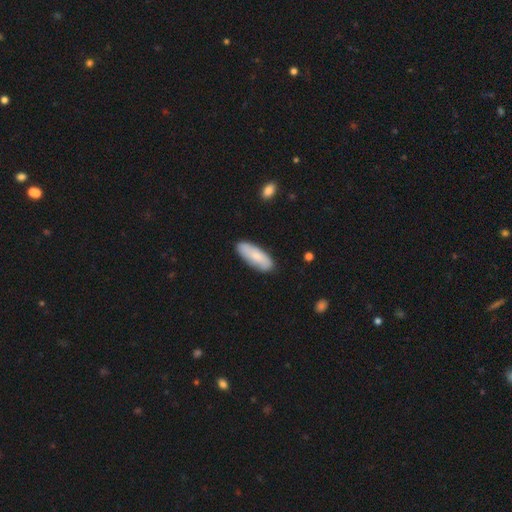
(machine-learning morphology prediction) A smooth galaxy with no disk features (76%) that is in between round and cigar-shaped (66%). Merging: none (84%).